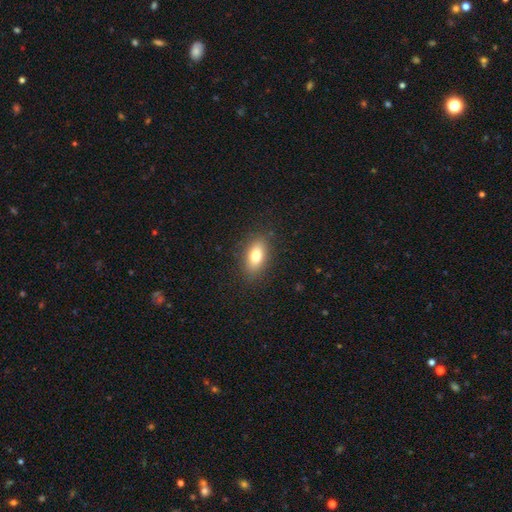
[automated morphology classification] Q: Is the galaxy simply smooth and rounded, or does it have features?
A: smooth — 78%.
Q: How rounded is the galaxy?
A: in between — 86%.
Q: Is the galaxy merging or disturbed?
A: none — 87%.